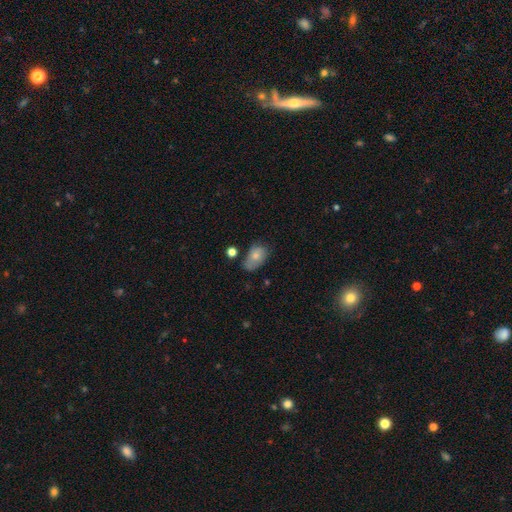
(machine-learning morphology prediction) Q: Smooth or featured?
A: smooth (74%); runner-up: featured or disk (18%)
Q: How rounded?
A: in between (88%); runner-up: round (11%)
Q: Merging?
A: none (48%); runner-up: minor disturbance (34%)